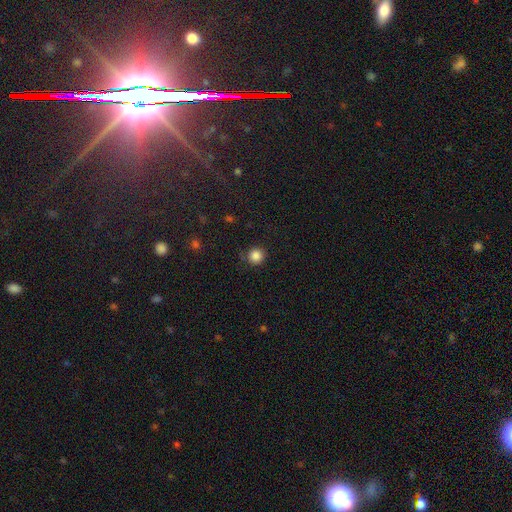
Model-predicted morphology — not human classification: The model was most divided on "smooth or featured": smooth: 86%, star or artifact: 11%, featured or disk: 3%. More confident: how rounded — round (94%); merging — none (86%).